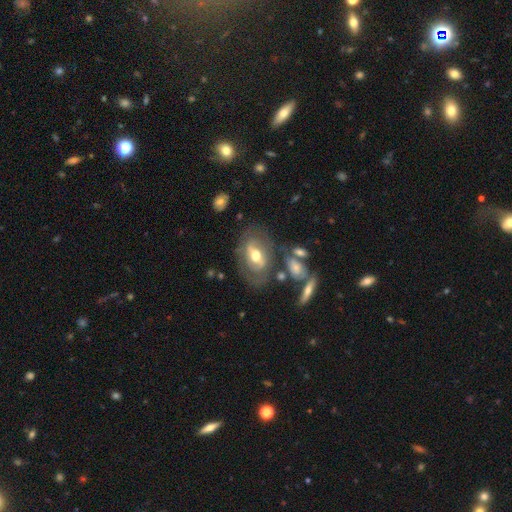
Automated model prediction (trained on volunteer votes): smooth-or-featured: featured or disk: 63% | smooth: 30% | star or artifact: 7%
  disk-edge-on: no: 89% | yes: 11%
    bar: strong: 37% | weak: 34% | no: 29%
    has-spiral-arms: no: 52% | yes: 48%
    bulge-size: moderate: 70% | large: 15% | small: 12% | dominant: 1% | none: 1%
  merging: none: 63% | minor disturbance: 18% | major disturbance: 12% | merger: 6%